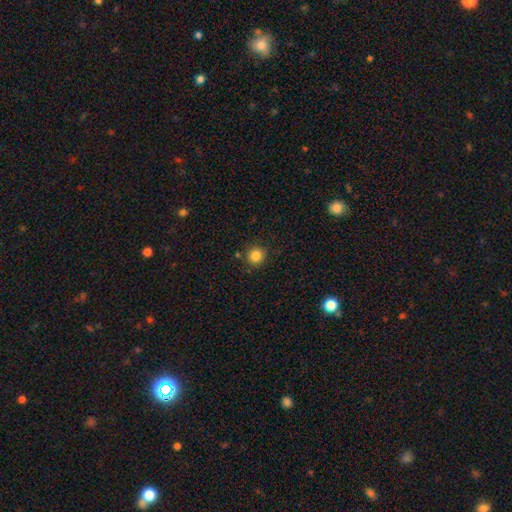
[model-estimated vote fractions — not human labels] This appears to be a smooth galaxy with no disk features (85%) that is round (92%). Merging: none (87%).